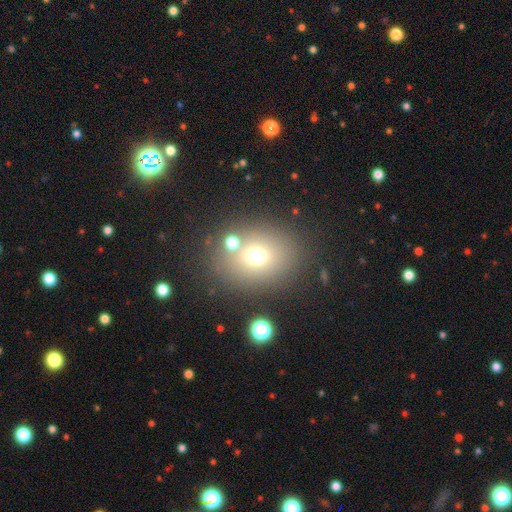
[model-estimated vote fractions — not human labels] smooth 66%, star or artifact 18%, featured or disk 16%. Down the decision tree: how rounded — in between (50%); merging — none (75%).